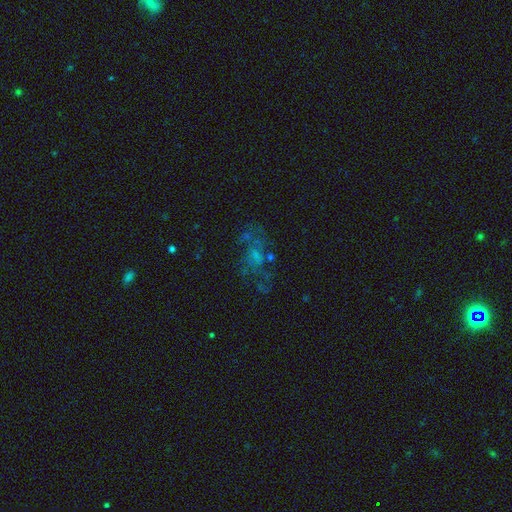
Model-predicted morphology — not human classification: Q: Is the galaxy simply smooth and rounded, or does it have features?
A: featured or disk — 53%.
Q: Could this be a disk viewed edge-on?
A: no — 96%.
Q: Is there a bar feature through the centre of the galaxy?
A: no — 79%.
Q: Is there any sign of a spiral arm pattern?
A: no — 61%.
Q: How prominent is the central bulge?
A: none — 47%.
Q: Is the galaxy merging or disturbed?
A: none — 49%.